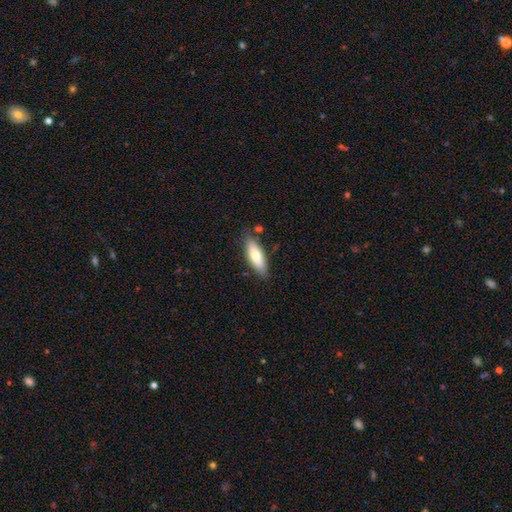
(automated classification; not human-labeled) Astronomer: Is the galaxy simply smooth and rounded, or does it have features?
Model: smooth — 72%.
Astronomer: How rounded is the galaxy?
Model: in between — 61% (runner-up: cigar-shaped, 37%).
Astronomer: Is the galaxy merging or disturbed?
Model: none — 80%.